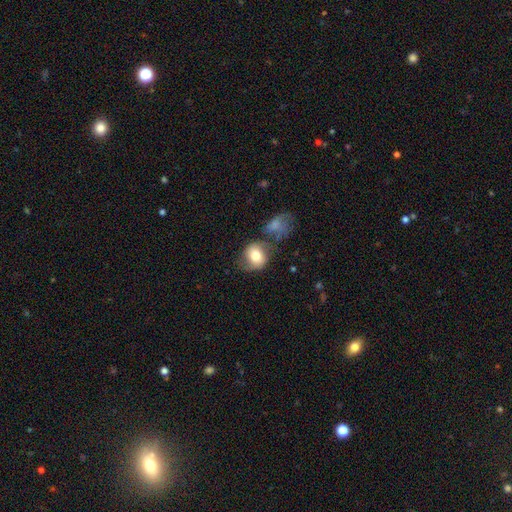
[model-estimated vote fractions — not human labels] A smooth galaxy with no disk features (70%) that is round (64%). Merging: none (51%).